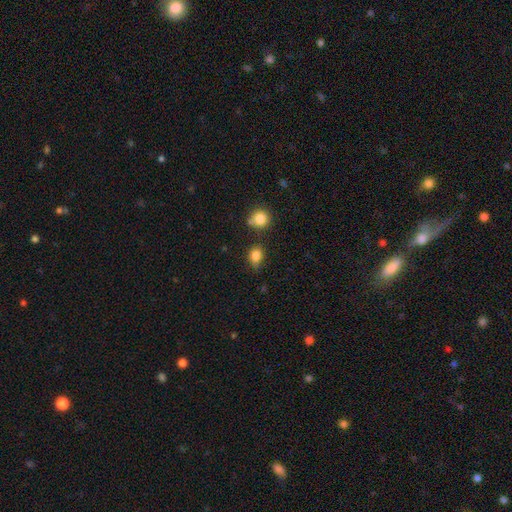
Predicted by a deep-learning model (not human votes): Overall: smooth (83%). How rounded: in between (55%; round 44%). Merging: none (65%).